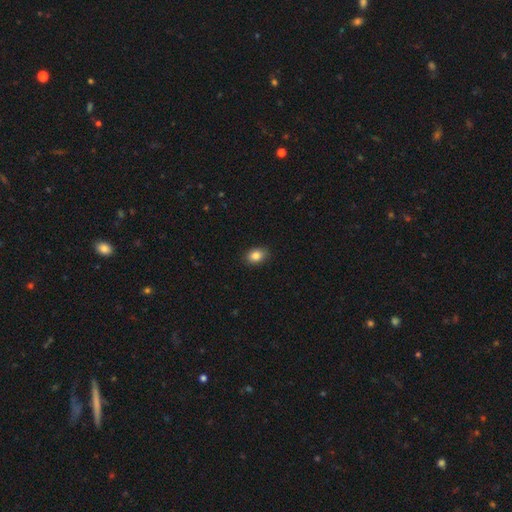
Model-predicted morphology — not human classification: Smooth or featured? smooth (86%)
How rounded? in between (75%)
Merging? none (89%)